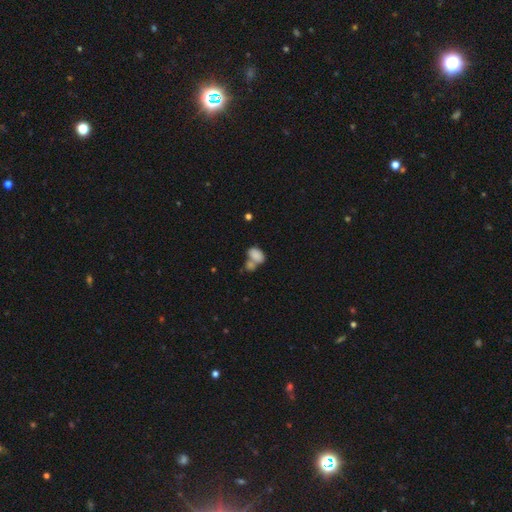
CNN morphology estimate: smooth-or-featured: smooth: 82% | featured or disk: 9% | star or artifact: 9%
  how-rounded: in between: 89% | round: 10% | cigar-shaped: 2%
  merging: merger: 55% | none: 29% | minor disturbance: 11% | major disturbance: 6%